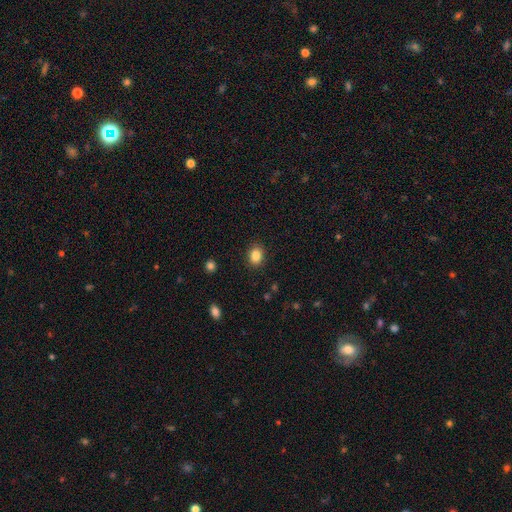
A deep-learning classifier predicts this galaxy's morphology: type=smooth (86%); roundness=in between (59%); merging=none (88%).